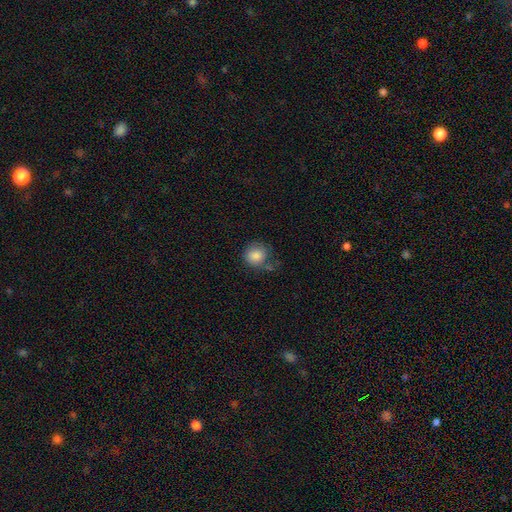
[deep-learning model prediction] The model was most divided on "merging": none: 57%, minor disturbance: 26%, major disturbance: 12%, merger: 5%. More confident: smooth or featured — smooth (84%); how rounded — round (76%).